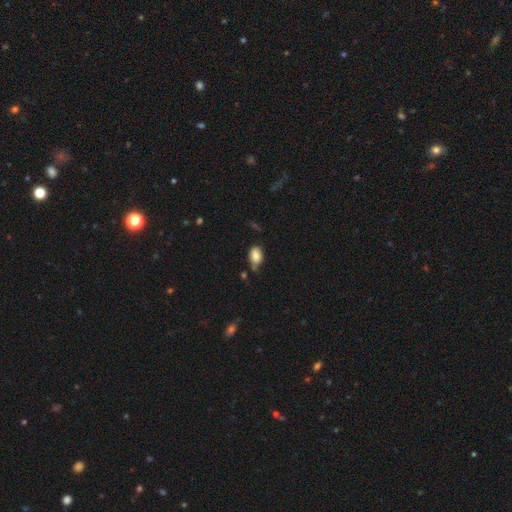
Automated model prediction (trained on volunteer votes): smooth 84%, star or artifact 8%, featured or disk 8%. Down the decision tree: how rounded — in between (85%); merging — none (54%).